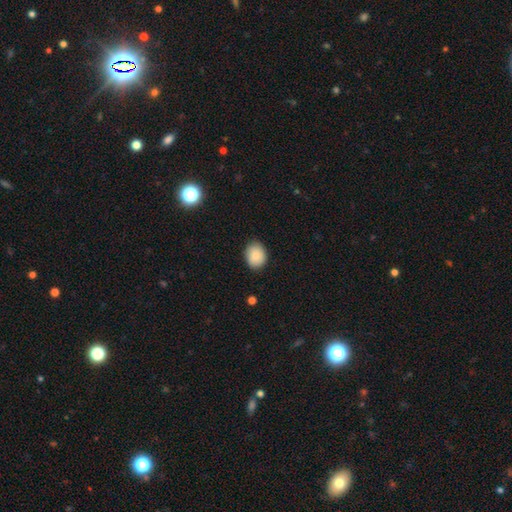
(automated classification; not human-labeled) Smooth or featured? smooth (88%)
How rounded? round (50%)
Merging? none (85%)